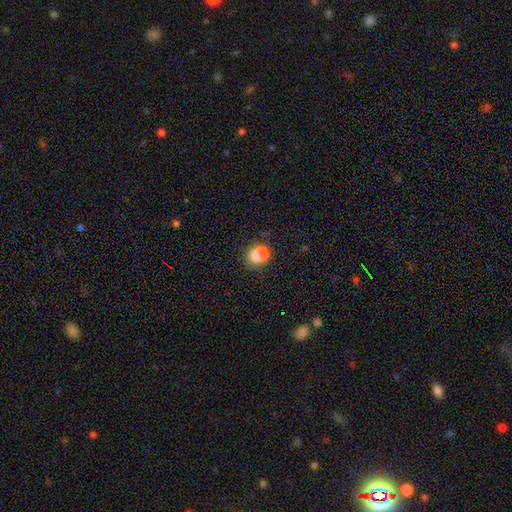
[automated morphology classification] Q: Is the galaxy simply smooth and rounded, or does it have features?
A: smooth — 70%.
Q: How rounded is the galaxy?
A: round — 61%.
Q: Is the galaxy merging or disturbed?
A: merger — 48%.